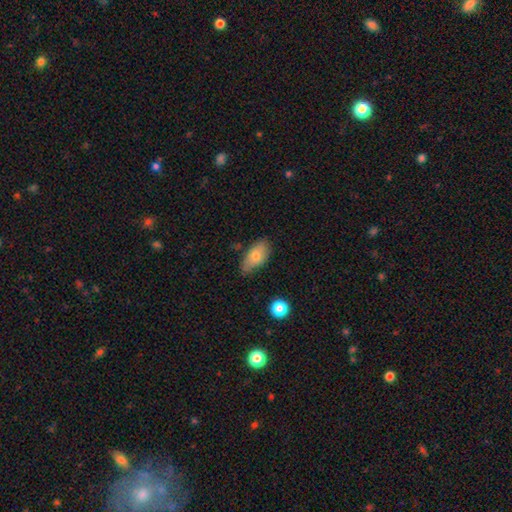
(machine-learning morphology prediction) This is likely a smooth galaxy (76%). How rounded: clearly in between (89%). Merging: likely none (67%).